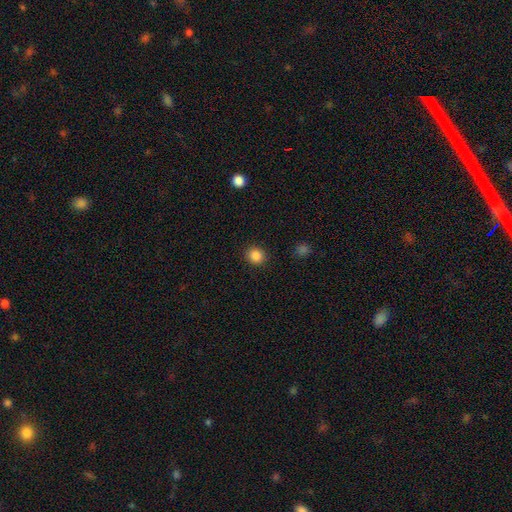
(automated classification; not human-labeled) Smooth or featured?
  - smooth: 86% *
  - star or artifact: 11%
  - featured or disk: 4%
How rounded?
  - round: 82% *
  - in between: 17%
  - cigar-shaped: 1%
Merging?
  - none: 91% *
  - minor disturbance: 6%
  - major disturbance: 2%
  - merger: 1%